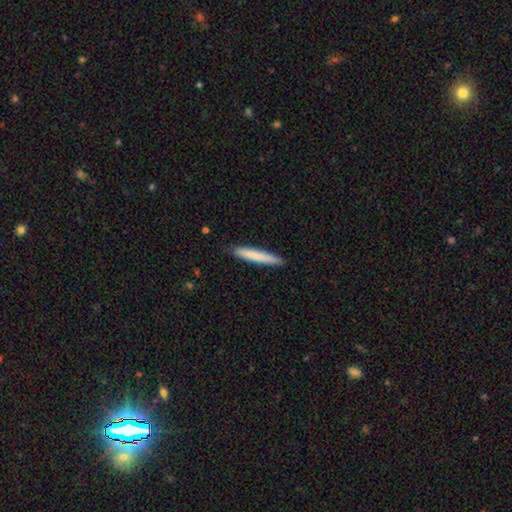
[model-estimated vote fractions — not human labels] A smooth galaxy with no disk features (78%) that is cigar-shaped (95%).

Vote fractions:
- Smooth or featured? smooth: 78% / featured or disk: 16% / star or artifact: 5%
- How rounded? cigar-shaped: 95% / in between: 4% / round: 1%
- Merging? none: 90% / minor disturbance: 7% / major disturbance: 1% / merger: 1%